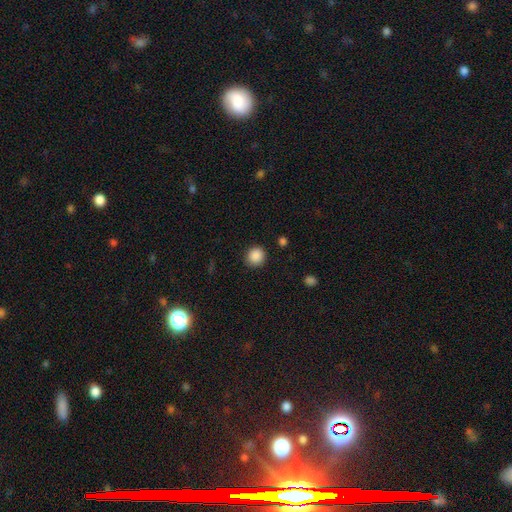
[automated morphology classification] This is clearly a smooth galaxy (88%). How rounded: clearly round (90%). Merging: clearly none (90%).